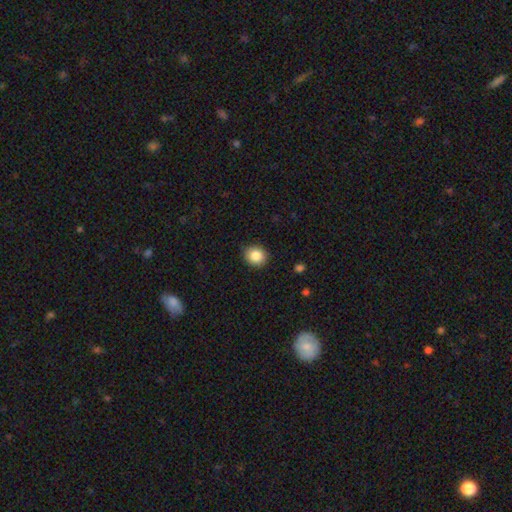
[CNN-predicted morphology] Smooth or featured? smooth (85%)
How rounded? round (81%)
Merging? none (86%)